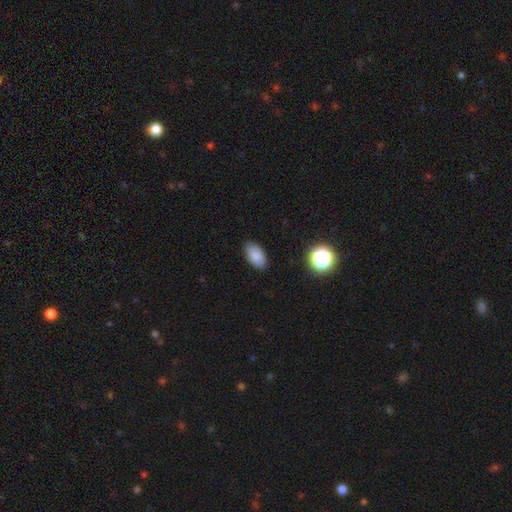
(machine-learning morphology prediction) smooth 86%, star or artifact 9%, featured or disk 5%. Down the decision tree: how rounded — in between (93%); merging — none (87%).